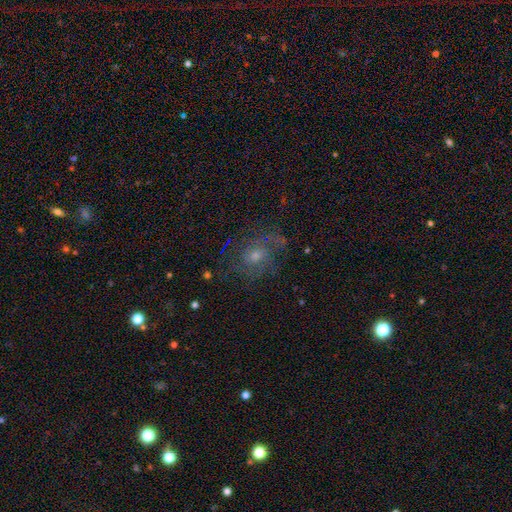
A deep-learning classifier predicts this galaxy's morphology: Smooth or featured? Predicted: featured or disk (p=0.54). Edge-on disk? Predicted: no (p=0.96). Bar? Predicted: no (p=0.77). Spiral arms? Predicted: yes (p=0.77). Bulge size? Predicted: moderate (p=0.48). Merging? Predicted: none (p=0.64).